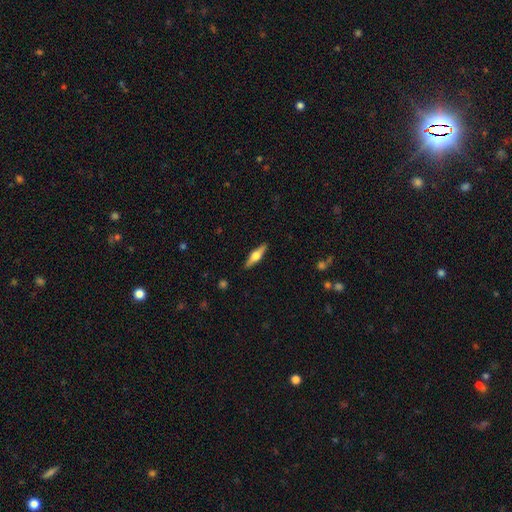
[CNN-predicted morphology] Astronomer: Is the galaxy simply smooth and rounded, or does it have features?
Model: featured or disk — 62%.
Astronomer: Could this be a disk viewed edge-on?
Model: yes — 96%.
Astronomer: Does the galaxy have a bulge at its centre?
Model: rounded — 93%.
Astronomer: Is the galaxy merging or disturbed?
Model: none — 90%.